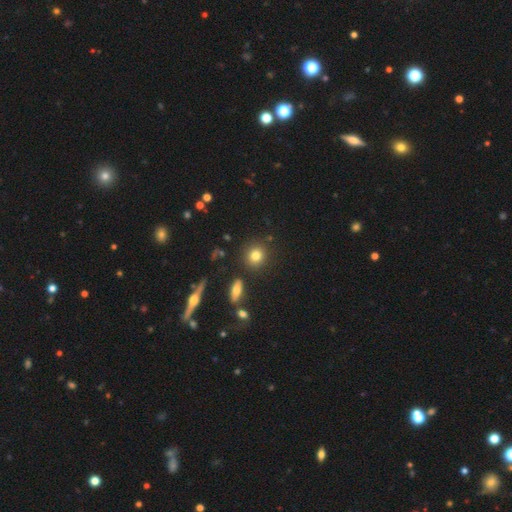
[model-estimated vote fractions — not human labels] smooth 80%, star or artifact 11%, featured or disk 9%. Down the decision tree: how rounded — round (82%); merging — none (84%).